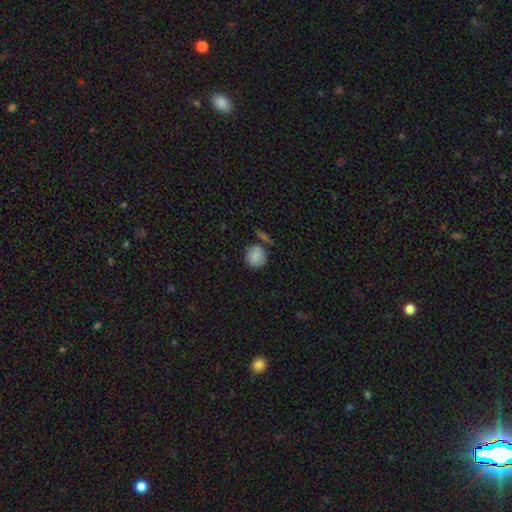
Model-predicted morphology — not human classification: This appears to be a smooth galaxy with no disk features (84%) that is round (89%). Merging: none (71%).